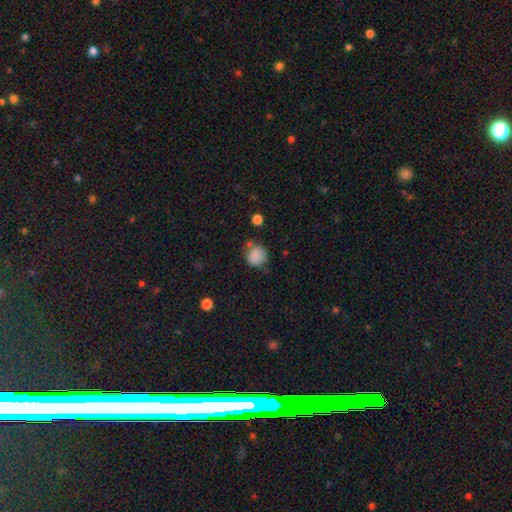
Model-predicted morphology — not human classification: type=smooth (85%); roundness=round (87%); merging=none (66%).